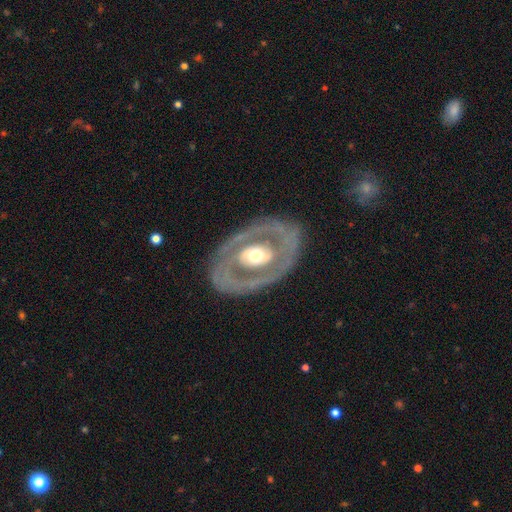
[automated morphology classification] This is likely a featured or disk galaxy (76%). It is clearly not viewed edge-on (93%). Bar: likely no (63%). Spiral arm pattern: likely no (62%). Central bulge: likely moderate (67%). Merging: likely none (79%).